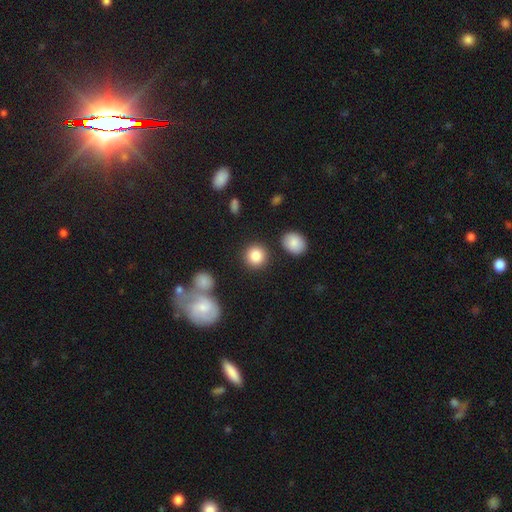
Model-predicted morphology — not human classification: Smooth or featured?
  - smooth: 86% *
  - star or artifact: 8%
  - featured or disk: 6%
How rounded?
  - round: 91% *
  - in between: 8%
  - cigar-shaped: 1%
Merging?
  - none: 85% *
  - minor disturbance: 7%
  - merger: 5%
  - major disturbance: 3%